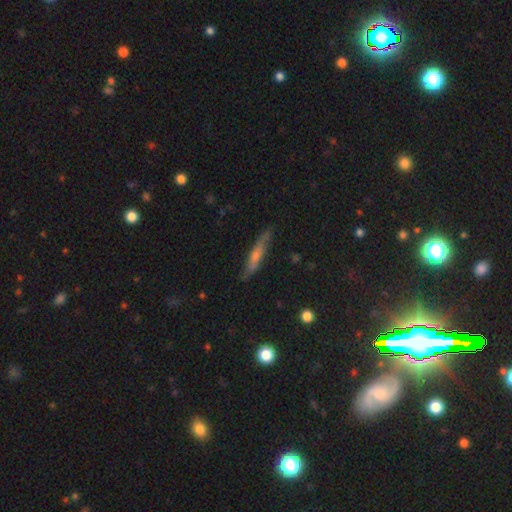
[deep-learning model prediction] smooth_or_featured: smooth (p=0.47) [alt: featured or disk p=0.45]
merging: none (p=0.78) [alt: minor disturbance p=0.17]